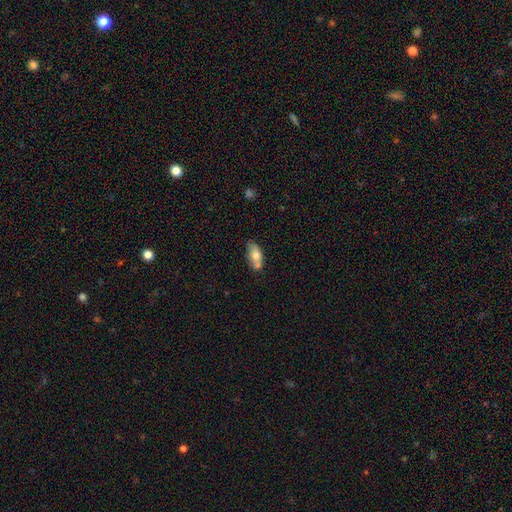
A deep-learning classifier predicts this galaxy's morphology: Q: Smooth or featured?
A: smooth (71%); runner-up: featured or disk (22%)
Q: How rounded?
A: in between (86%); runner-up: cigar-shaped (9%)
Q: Merging?
A: none (47%); runner-up: merger (30%)